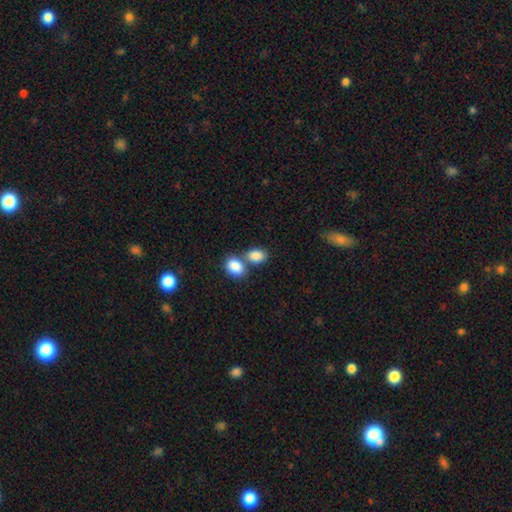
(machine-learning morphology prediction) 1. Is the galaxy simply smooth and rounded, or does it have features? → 86% smooth, 8% star or artifact, 6% featured or disk.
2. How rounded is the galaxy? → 77% in between, 22% round, 1% cigar-shaped.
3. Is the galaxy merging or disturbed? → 48% merger, 40% none, 9% minor disturbance, 3% major disturbance.